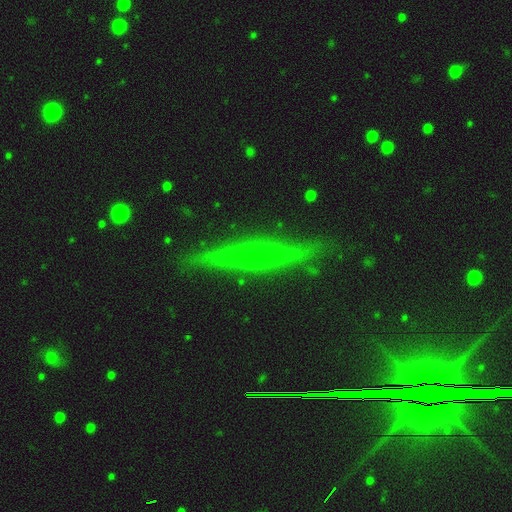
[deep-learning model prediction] A featured or disk galaxy (44%).

Vote fractions:
- Smooth or featured? featured or disk: 44% / smooth: 39% / star or artifact: 18%
- Merging? none: 85% / minor disturbance: 11% / major disturbance: 2% / merger: 2%